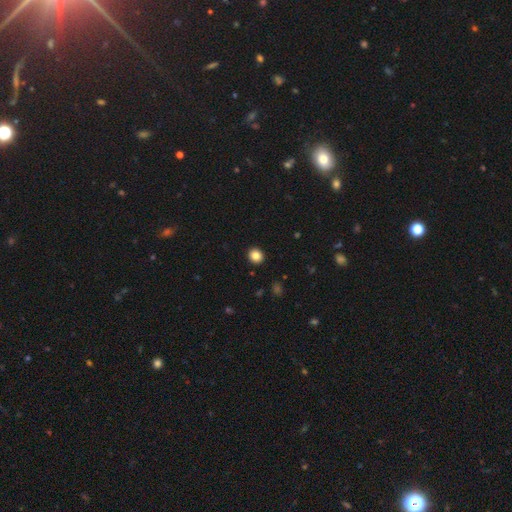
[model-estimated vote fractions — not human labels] smooth 85%, star or artifact 10%, featured or disk 5%. Down the decision tree: how rounded — round (84%); merging — none (93%).